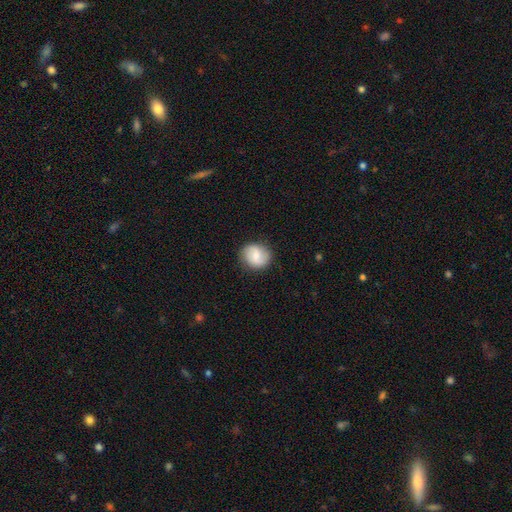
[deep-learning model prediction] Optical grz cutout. It shows a smooth galaxy with no disk features (60%) that is round (78%). Merging: none (84%).